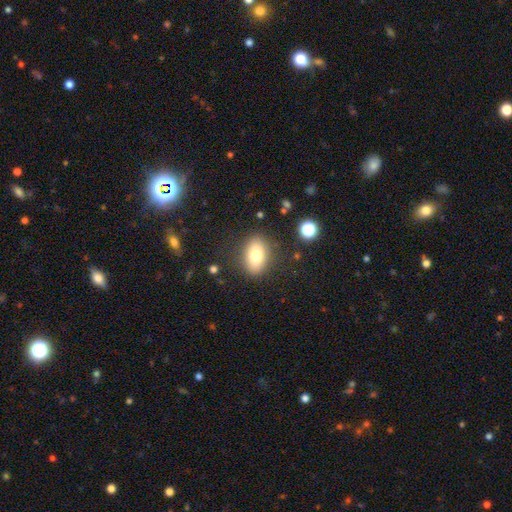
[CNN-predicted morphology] The model was most divided on "smooth or featured": smooth: 77%, featured or disk: 14%, star or artifact: 9%. More confident: how rounded — in between (85%); merging — none (84%).